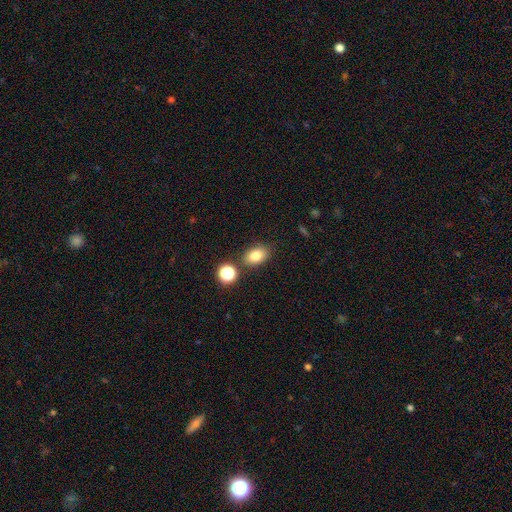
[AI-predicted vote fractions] Smooth or featured? Predicted: smooth (p=0.82). How rounded? Predicted: in between (p=0.80). Merging? Predicted: none (p=0.78).